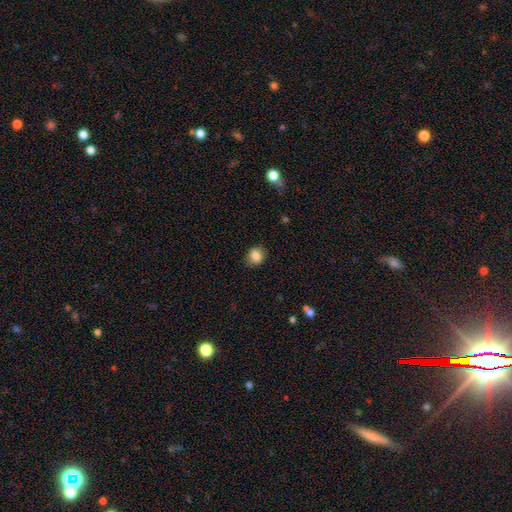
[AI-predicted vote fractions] smooth-or-featured: smooth: 85% | star or artifact: 10% | featured or disk: 6%
  how-rounded: round: 68% | in between: 31% | cigar-shaped: 1%
  merging: none: 83% | minor disturbance: 12% | major disturbance: 3% | merger: 1%